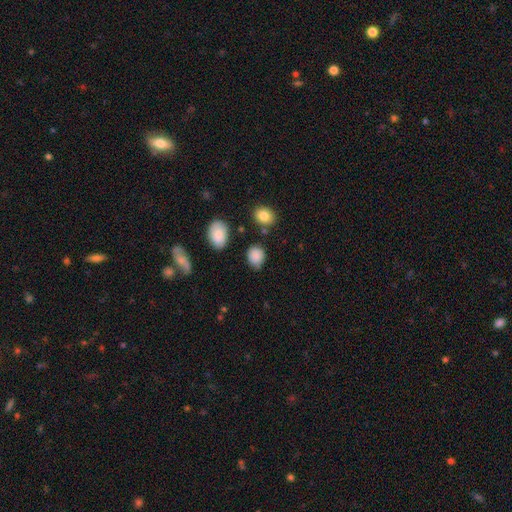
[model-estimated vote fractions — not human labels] This is clearly a smooth galaxy (85%). How rounded: possibly round (59%). Merging: likely none (74%).